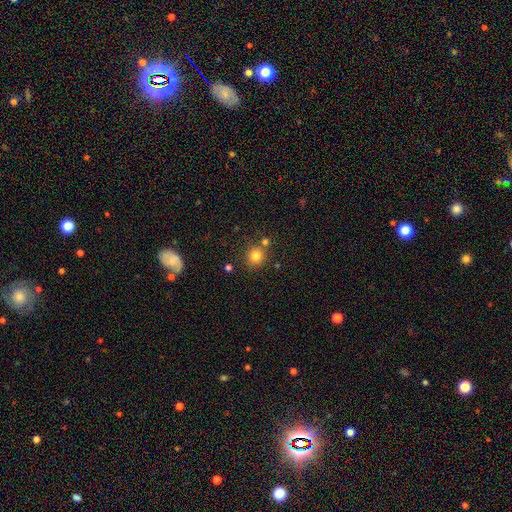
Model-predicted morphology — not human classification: smooth-or-featured: smooth: 80% | star or artifact: 13% | featured or disk: 7%
  how-rounded: round: 90% | in between: 9% | cigar-shaped: 1%
  merging: none: 75% | merger: 13% | minor disturbance: 9% | major disturbance: 3%